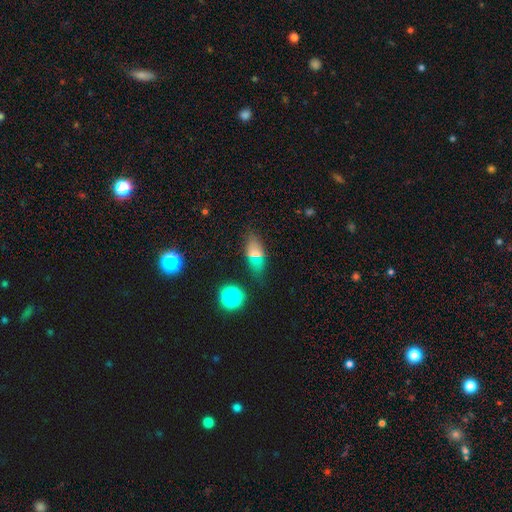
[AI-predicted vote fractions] Smooth or featured? Predicted: smooth (p=0.58). How rounded? Predicted: in between (p=0.70). Merging? Predicted: none (p=0.80).